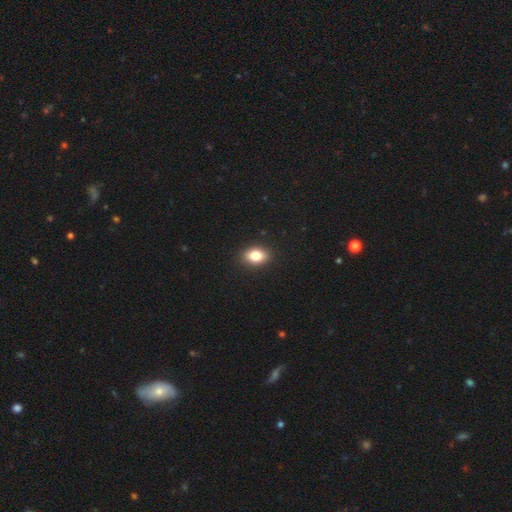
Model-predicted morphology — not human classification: smooth_or_featured: smooth (p=0.82) [alt: star or artifact p=0.09]
how_rounded: in between (p=0.78) [alt: round p=0.20]
merging: none (p=0.90) [alt: minor disturbance p=0.07]